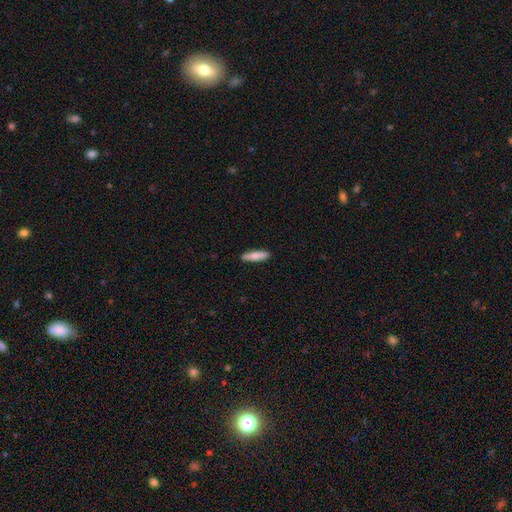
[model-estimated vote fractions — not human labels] Smooth or featured: smooth — 79% (featured or disk — 15%)
How rounded: cigar-shaped — 76% (in between — 23%)
Merging: none — 87% (minor disturbance — 10%)